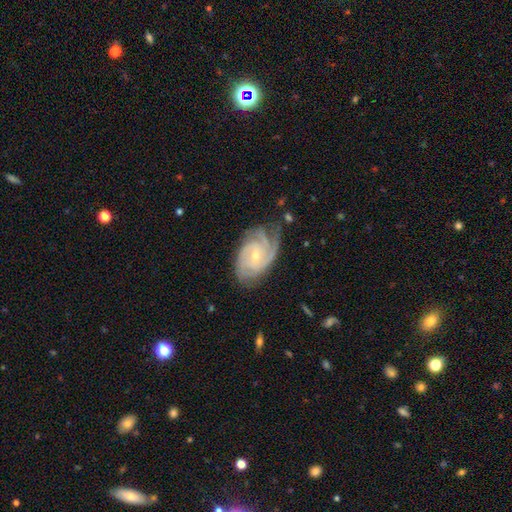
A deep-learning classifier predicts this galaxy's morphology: Smooth or featured? Predicted: featured or disk (p=0.90). Edge-on disk? Predicted: no (p=0.97). Bar? Predicted: no (p=0.57). Spiral arms? Predicted: yes (p=0.98). Spiral winding? Predicted: tight (p=0.66). Spiral arm count? Predicted: 3 (p=0.43). Bulge size? Predicted: small (p=0.64). Merging? Predicted: none (p=0.68).